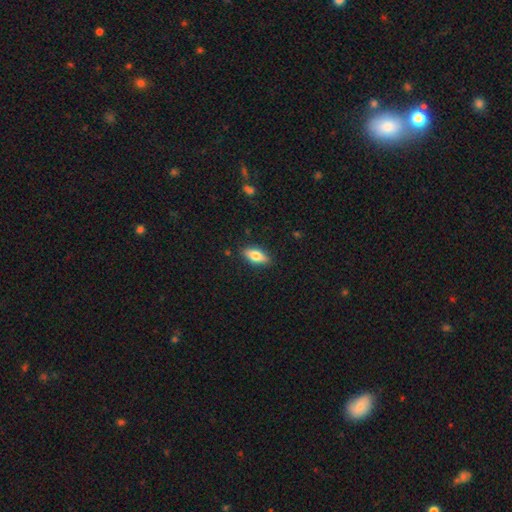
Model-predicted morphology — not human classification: type=smooth (70%); roundness=in between (76%); merging=none (87%).